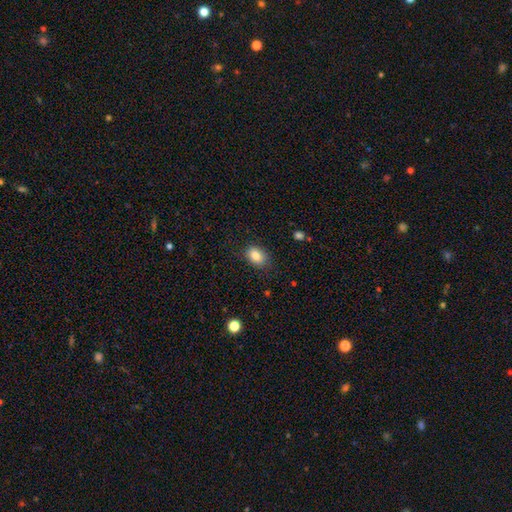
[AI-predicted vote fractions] Overall: smooth (84%). How rounded: in between (75%). Merging: none (80%).